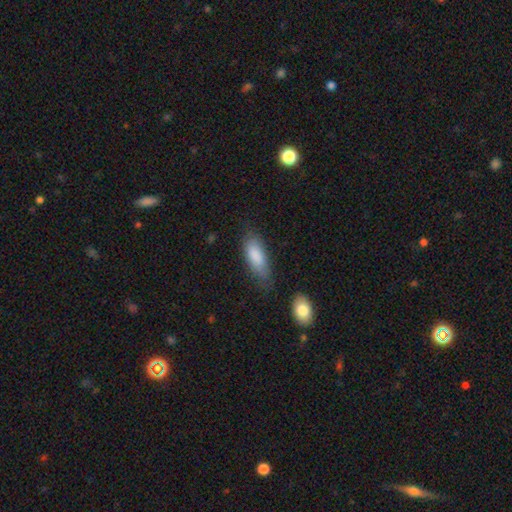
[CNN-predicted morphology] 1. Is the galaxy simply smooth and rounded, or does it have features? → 85% smooth, 9% featured or disk, 6% star or artifact.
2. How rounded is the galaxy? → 75% in between, 23% cigar-shaped, 2% round.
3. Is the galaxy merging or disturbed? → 66% none, 23% minor disturbance, 7% major disturbance, 4% merger.